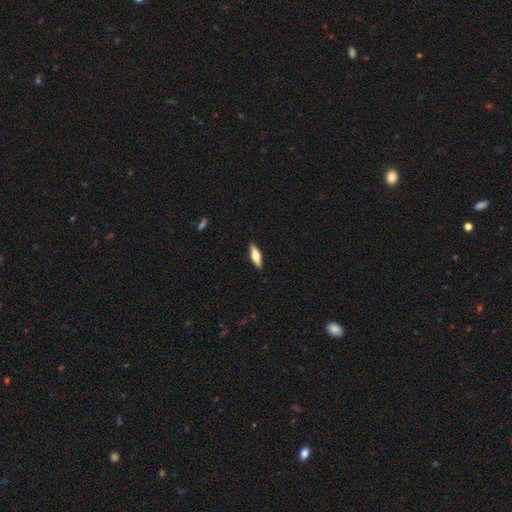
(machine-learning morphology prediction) A smooth galaxy with no disk features (61%) that is cigar-shaped (49%).

Vote fractions:
- Smooth or featured? smooth: 61% / featured or disk: 34% / star or artifact: 6%
- How rounded? cigar-shaped: 49% / in between: 48% / round: 2%
- Merging? none: 90% / minor disturbance: 8% / major disturbance: 2% / merger: 1%